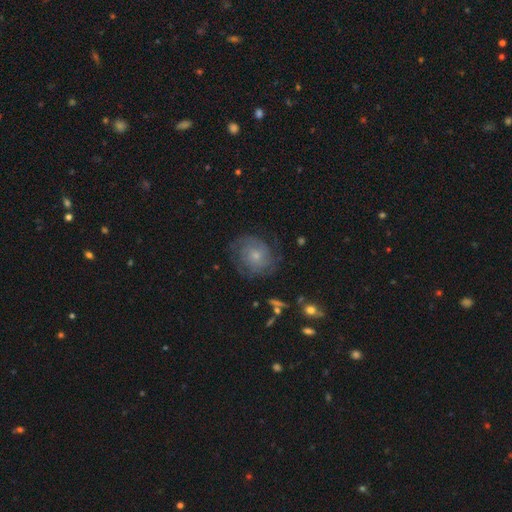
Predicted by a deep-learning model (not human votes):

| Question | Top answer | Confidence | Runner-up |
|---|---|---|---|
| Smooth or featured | featured or disk | 62% | smooth (29%) |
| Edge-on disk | no | 97% | yes (3%) |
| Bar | no | 81% | weak (17%) |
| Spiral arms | yes | 86% | no (14%) |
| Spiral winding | tight | 59% | medium (29%) |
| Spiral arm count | can't tell | 44% | 2 (25%) |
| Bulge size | small | 64% | moderate (28%) |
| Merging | none | 70% | minor disturbance (18%) |